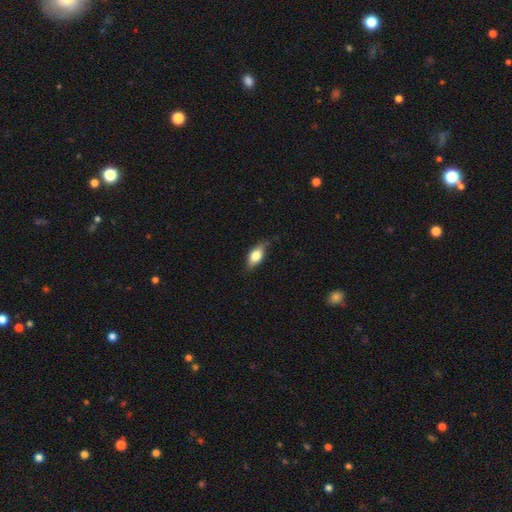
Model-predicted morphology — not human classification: Smooth or featured?
  - smooth: 69% *
  - featured or disk: 24%
  - star or artifact: 7%
How rounded?
  - in between: 81% *
  - cigar-shaped: 14%
  - round: 6%
Merging?
  - none: 69% *
  - minor disturbance: 25%
  - major disturbance: 5%
  - merger: 1%